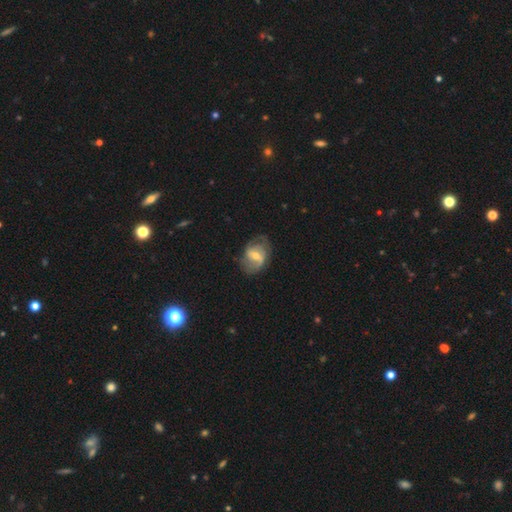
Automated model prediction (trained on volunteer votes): A featured or disk galaxy (71%) with a weak bar (53%), 2 (64%) medium (44%) spiral arms (86%) and a moderate central bulge (54%).

Vote fractions:
- Smooth or featured? featured or disk: 71% / smooth: 22% / star or artifact: 6%
- Edge-on disk? no: 97% / yes: 3%
- Bar? weak: 53% / strong: 25% / no: 22%
- Spiral arms? yes: 86% / no: 14%
- Spiral winding? medium: 44% / loose: 31% / tight: 25%
- Spiral arm count? 2: 64% / can't tell: 19% / 3: 8% / 1: 5% / 4: 2% / more than 4: 2%
- Bulge size? moderate: 54% / small: 38% / large: 4% / none: 3% / dominant: 1%
- Merging? none: 62% / minor disturbance: 24% / major disturbance: 13% / merger: 1%